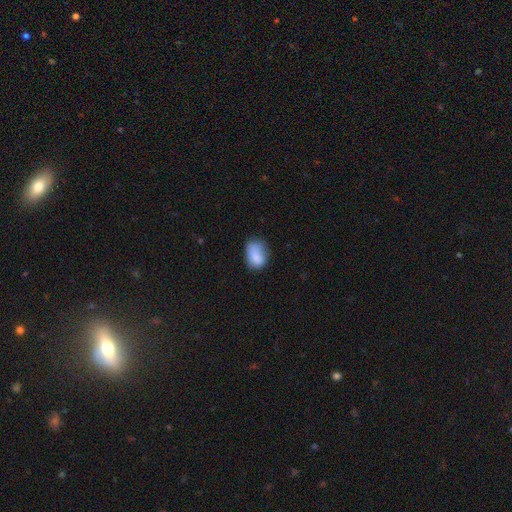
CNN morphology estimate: Smooth or featured: smooth — 82% (featured or disk — 10%)
How rounded: in between — 74% (round — 25%)
Merging: none — 53% (minor disturbance — 33%)